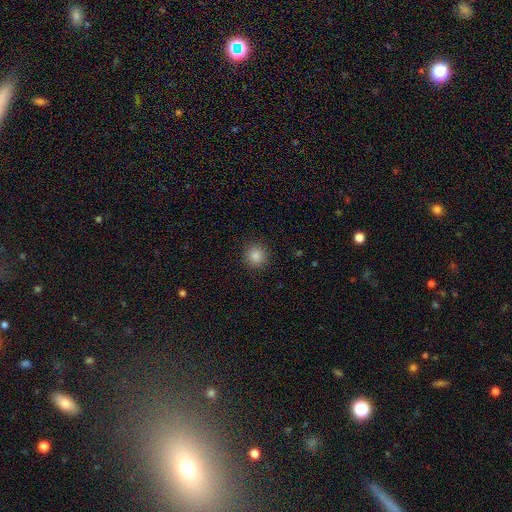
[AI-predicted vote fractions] Smooth or featured? smooth (86%)
How rounded? round (92%)
Merging? none (91%)